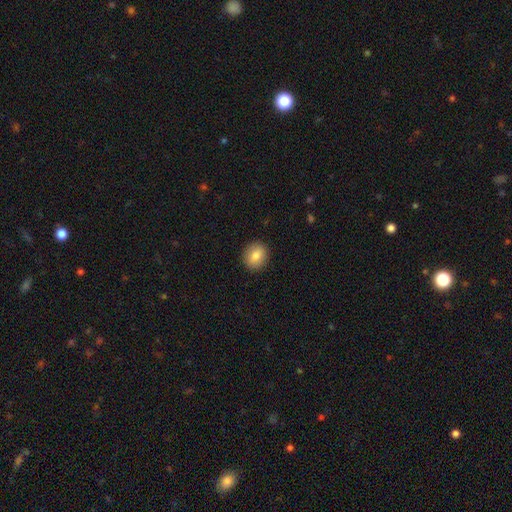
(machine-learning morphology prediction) type=smooth (82%); roundness=round (73%); merging=none (91%).